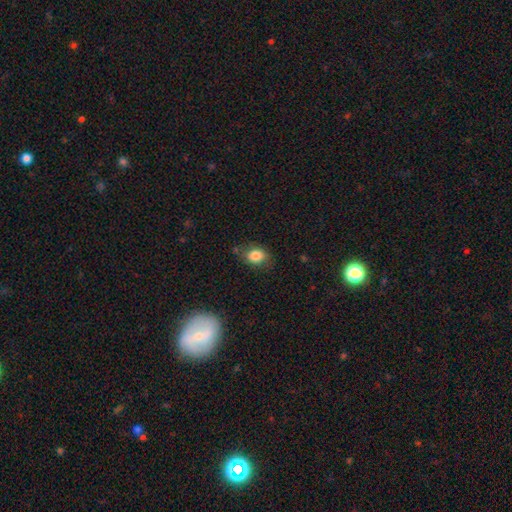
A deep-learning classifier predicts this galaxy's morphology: A smooth galaxy with no disk features (83%) that is in between round and cigar-shaped (60%). Merging: none (72%).